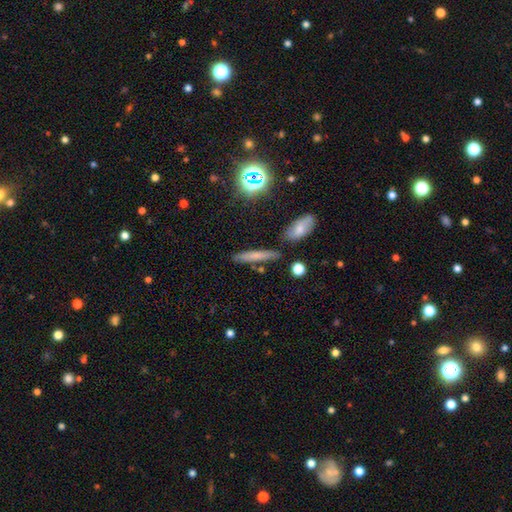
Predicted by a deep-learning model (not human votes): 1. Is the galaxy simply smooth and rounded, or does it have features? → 66% smooth, 22% featured or disk, 13% star or artifact.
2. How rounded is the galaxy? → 88% cigar-shaped, 9% in between, 3% round.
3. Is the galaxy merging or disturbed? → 81% none, 11% minor disturbance, 6% merger, 3% major disturbance.